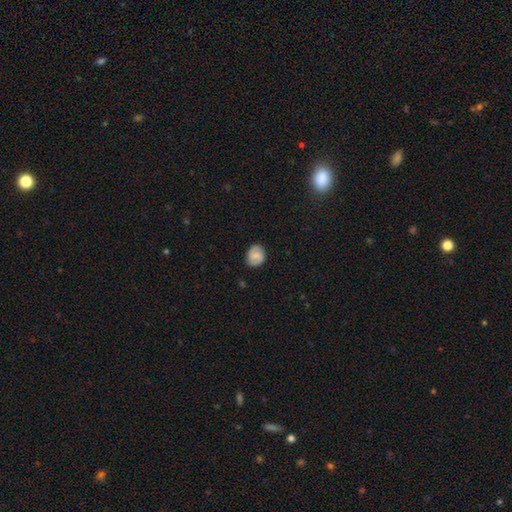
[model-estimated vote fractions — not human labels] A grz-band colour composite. It shows a smooth galaxy with no disk features (54%) that is round (58%). Merging: none (82%).